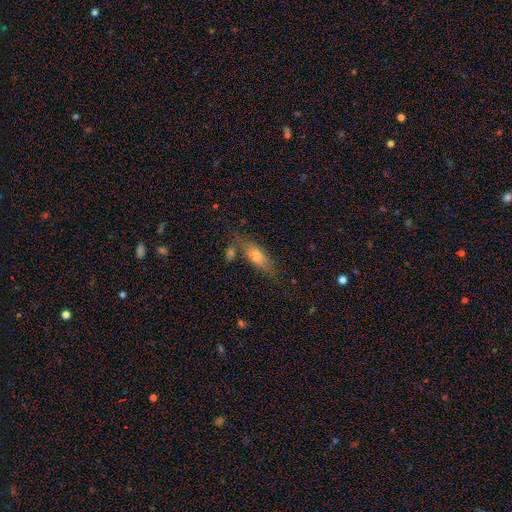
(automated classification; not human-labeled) The model was most divided on "how rounded": in between: 52%, cigar-shaped: 44%, round: 3%. More confident: merging — none (61%); smooth or featured — smooth (60%).